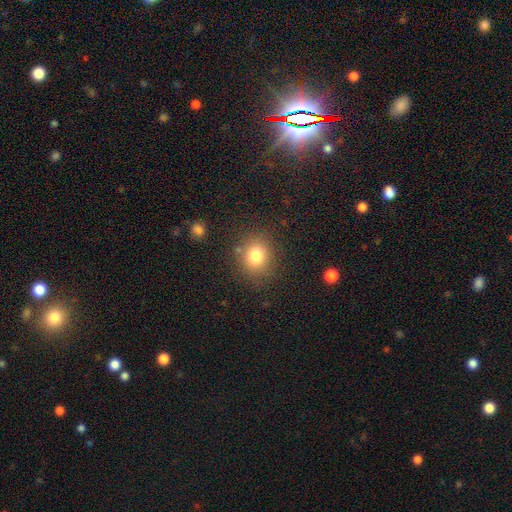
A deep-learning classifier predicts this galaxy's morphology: Smooth or featured: smooth — 78% (star or artifact — 13%)
How rounded: round — 73% (in between — 26%)
Merging: none — 82% (minor disturbance — 10%)